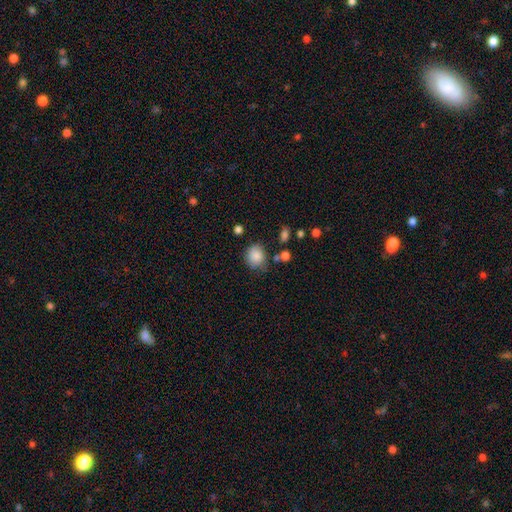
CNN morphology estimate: Smooth or featured?
  - smooth: 86% *
  - star or artifact: 9%
  - featured or disk: 5%
How rounded?
  - round: 76% *
  - in between: 23%
  - cigar-shaped: 1%
Merging?
  - none: 70% *
  - minor disturbance: 20%
  - major disturbance: 5%
  - merger: 5%